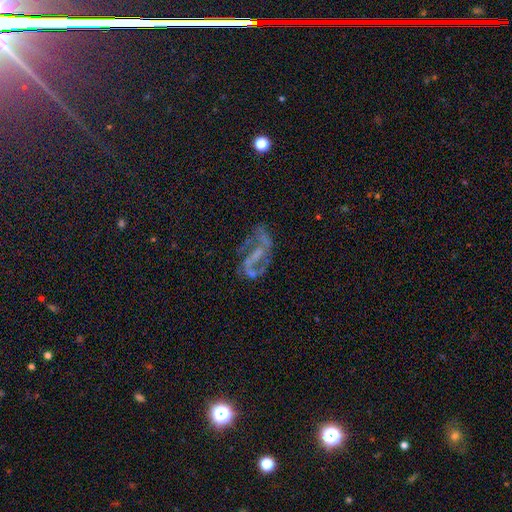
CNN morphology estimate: featured or disk 70%, star or artifact 19%, smooth 12%. Down the decision tree: edge-on disk — no (95%); bar — weak (37%); spiral arms — yes (76%); spiral arm count — 2 (76%); spiral winding — loose (44%); bulge size — none (44%); merging — none (50%).